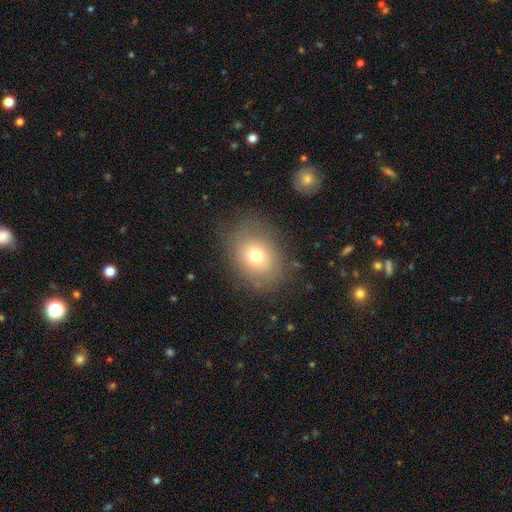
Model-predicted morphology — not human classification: A smooth galaxy with no disk features (73%) that is in between round and cigar-shaped (59%). Merging: none (78%).